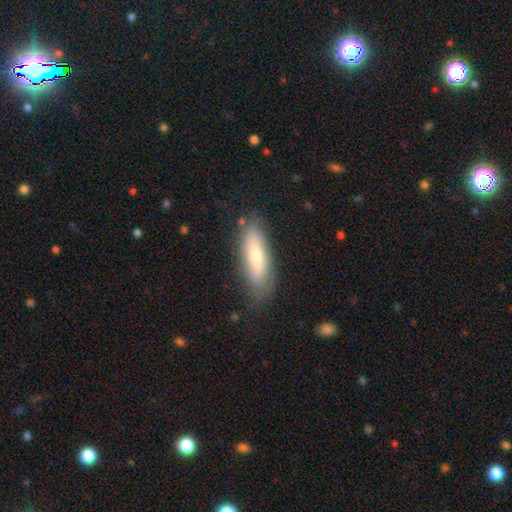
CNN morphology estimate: A smooth galaxy with no disk features (61%) that is in between round and cigar-shaped (50%). Merging: none (76%).